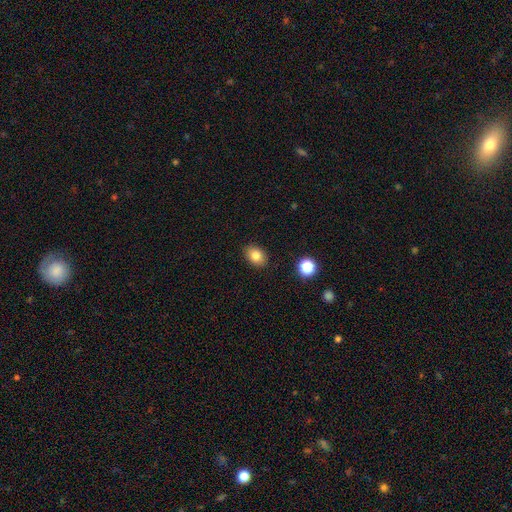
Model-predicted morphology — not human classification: Smooth or featured? Predicted: smooth (p=0.83). How rounded? Predicted: in between (p=0.74). Merging? Predicted: none (p=0.88).